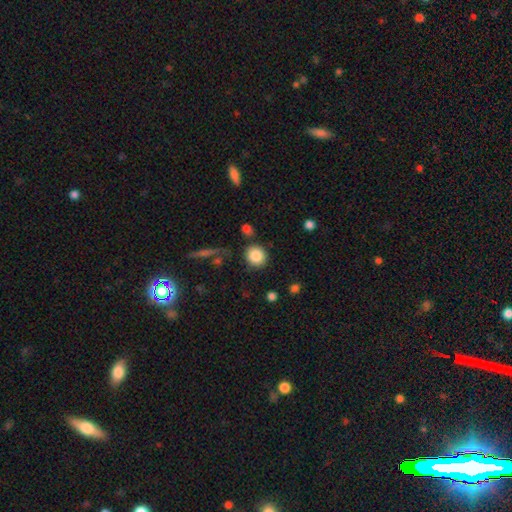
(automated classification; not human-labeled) A smooth galaxy with no disk features (85%) that is round (85%).

Vote fractions:
- Smooth or featured? smooth: 85% / star or artifact: 9% / featured or disk: 6%
- How rounded? round: 85% / in between: 14% / cigar-shaped: 1%
- Merging? none: 85% / minor disturbance: 9% / merger: 4% / major disturbance: 3%